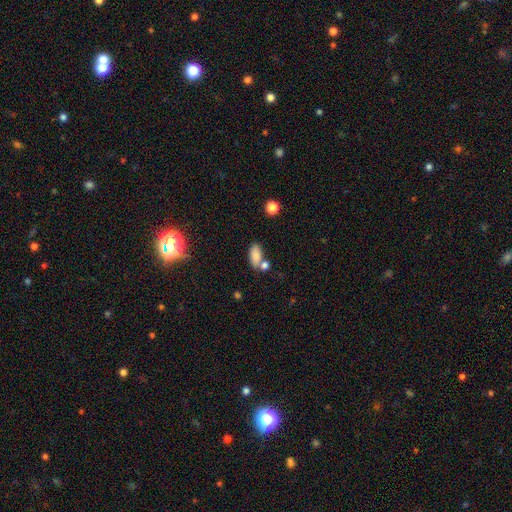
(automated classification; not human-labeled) smooth-or-featured: smooth: 82% | star or artifact: 10% | featured or disk: 8%
  how-rounded: in between: 89% | cigar-shaped: 6% | round: 5%
  merging: none: 53% | merger: 28% | minor disturbance: 14% | major disturbance: 5%